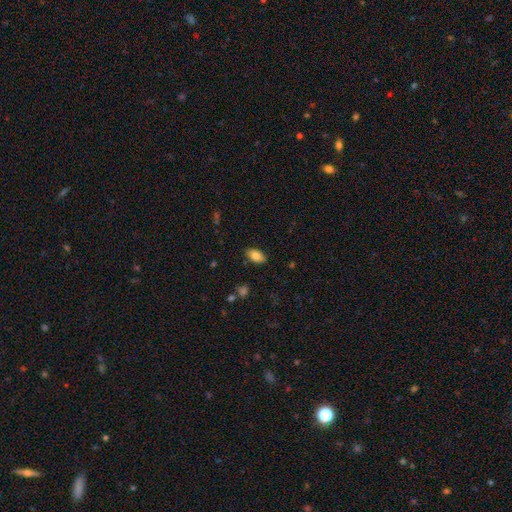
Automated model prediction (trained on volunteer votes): Smooth or featured? Predicted: smooth (p=0.81). How rounded? Predicted: in between (p=0.93). Merging? Predicted: none (p=0.86).